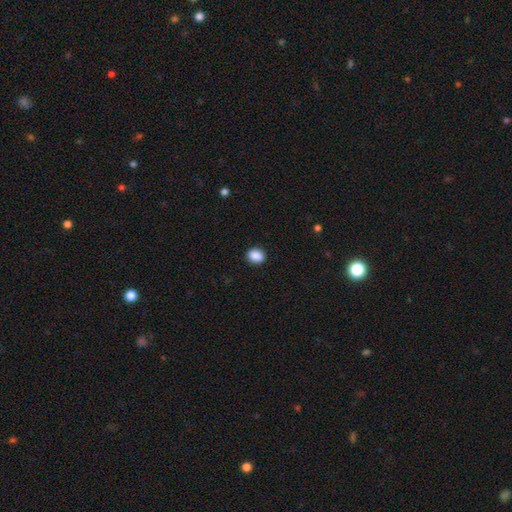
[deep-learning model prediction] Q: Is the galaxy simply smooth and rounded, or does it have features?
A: smooth — 89%.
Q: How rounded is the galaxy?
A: in between — 54%.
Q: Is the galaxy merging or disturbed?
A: none — 90%.